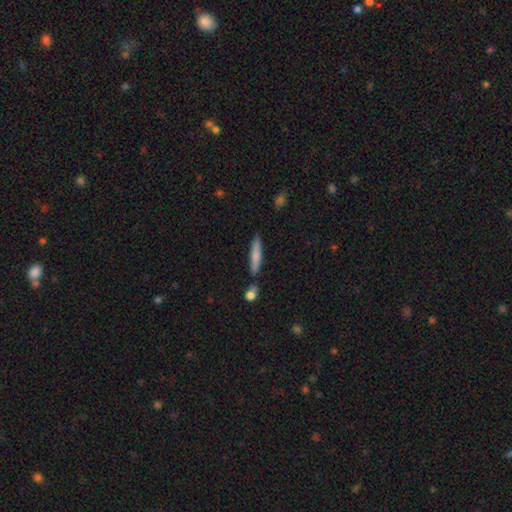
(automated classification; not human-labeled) smooth-or-featured: smooth: 72% | featured or disk: 22% | star or artifact: 6%
  how-rounded: cigar-shaped: 89% | in between: 9% | round: 2%
  merging: none: 80% | minor disturbance: 12% | merger: 6% | major disturbance: 2%